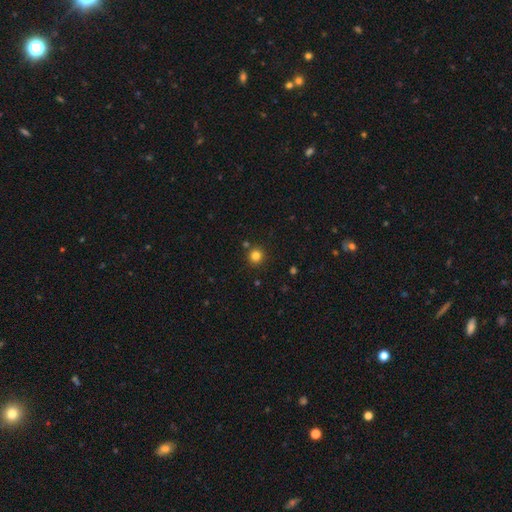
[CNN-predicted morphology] Smooth or featured? smooth (82%)
How rounded? round (94%)
Merging? none (86%)